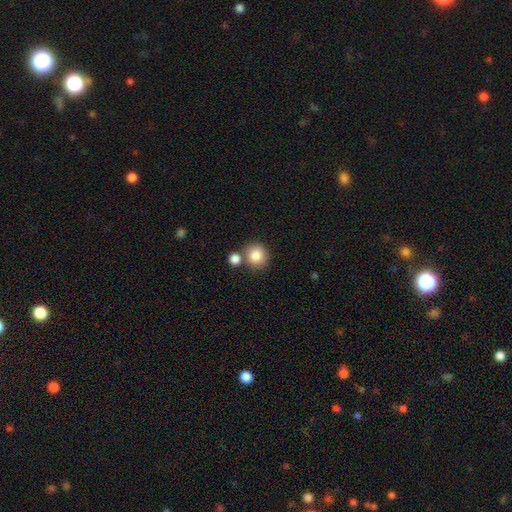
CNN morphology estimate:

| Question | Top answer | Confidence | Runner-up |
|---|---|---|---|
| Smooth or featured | smooth | 84% | star or artifact (9%) |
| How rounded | round | 87% | in between (12%) |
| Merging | none | 67% | merger (20%) |